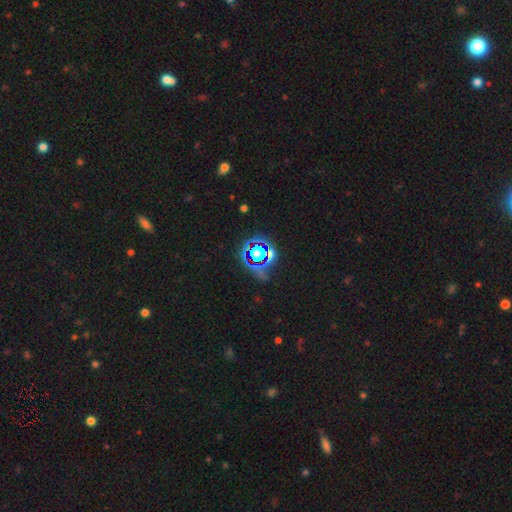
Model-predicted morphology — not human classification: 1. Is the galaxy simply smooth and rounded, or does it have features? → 62% star or artifact, 23% smooth, 15% featured or disk.